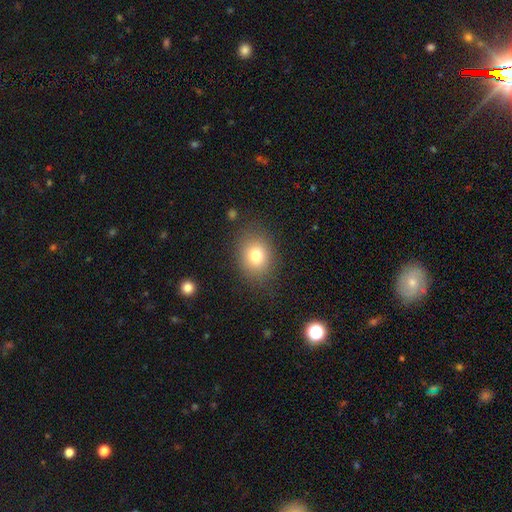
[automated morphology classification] smooth-or-featured: smooth: 77% | star or artifact: 12% | featured or disk: 11%
  how-rounded: round: 53% | in between: 46% | cigar-shaped: 1%
  merging: none: 83% | minor disturbance: 11% | major disturbance: 5% | merger: 2%